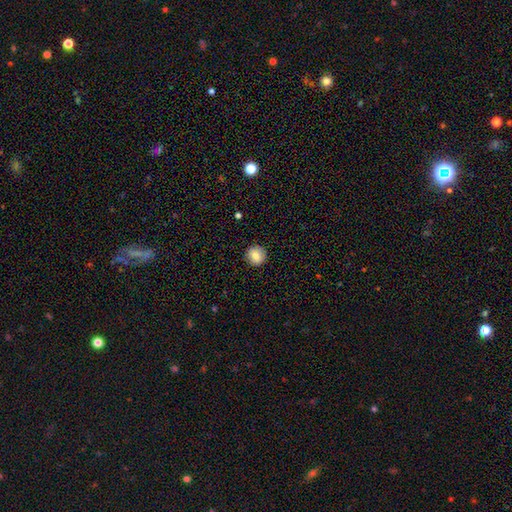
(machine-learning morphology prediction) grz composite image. It shows a smooth galaxy with no disk features (82%) that is round (93%). Merging: none (91%).